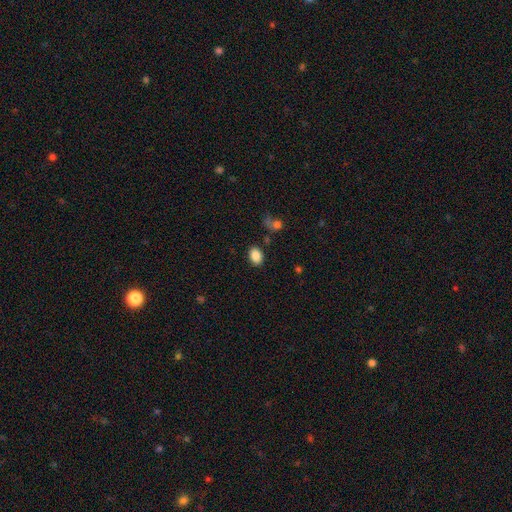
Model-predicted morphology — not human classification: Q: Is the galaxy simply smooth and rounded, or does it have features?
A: smooth — 86%.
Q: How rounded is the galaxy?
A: in between — 77%.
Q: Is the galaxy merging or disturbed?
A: none — 84%.